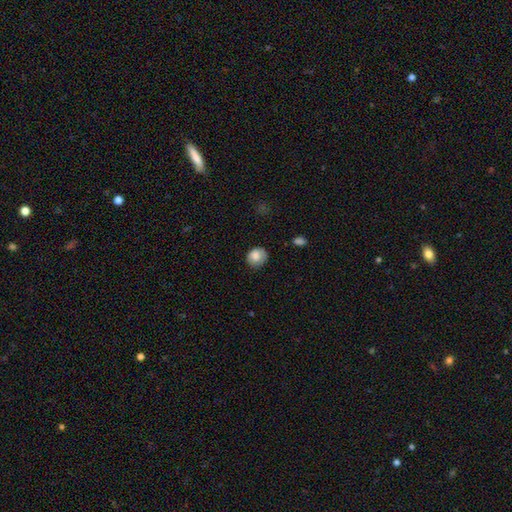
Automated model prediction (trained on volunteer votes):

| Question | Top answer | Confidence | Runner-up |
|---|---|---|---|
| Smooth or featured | smooth | 85% | star or artifact (8%) |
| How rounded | round | 75% | in between (24%) |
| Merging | none | 74% | minor disturbance (20%) |